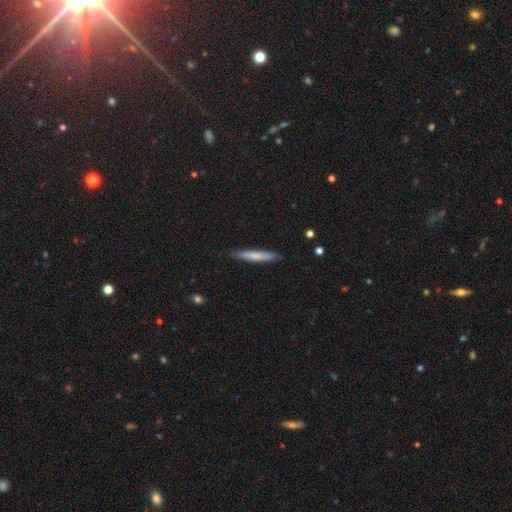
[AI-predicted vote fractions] Smooth or featured: smooth — 69% (featured or disk — 25%)
How rounded: cigar-shaped — 92% (in between — 6%)
Merging: none — 85% (minor disturbance — 12%)